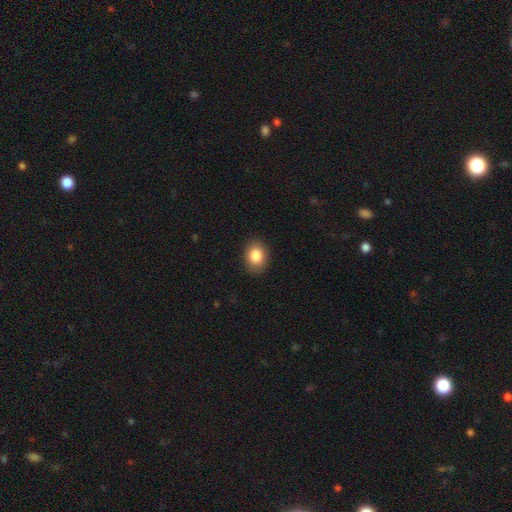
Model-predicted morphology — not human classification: A smooth galaxy with no disk features (85%) that is in between round and cigar-shaped (65%).

Vote fractions:
- Smooth or featured? smooth: 85% / star or artifact: 8% / featured or disk: 7%
- How rounded? in between: 65% / round: 34% / cigar-shaped: 1%
- Merging? none: 88% / minor disturbance: 8% / major disturbance: 2% / merger: 1%